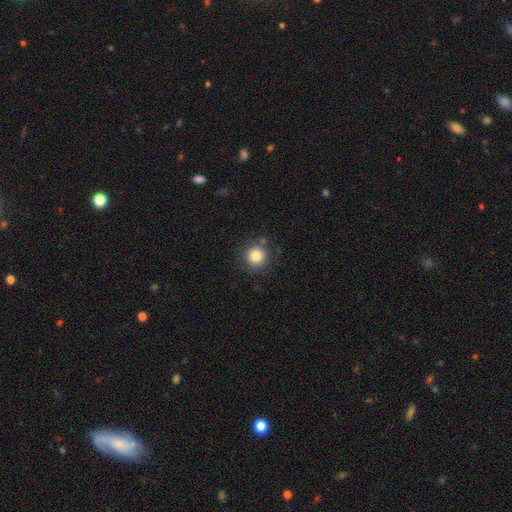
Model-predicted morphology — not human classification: This appears to be a smooth galaxy with no disk features (84%) that is round (94%). Merging: none (84%).